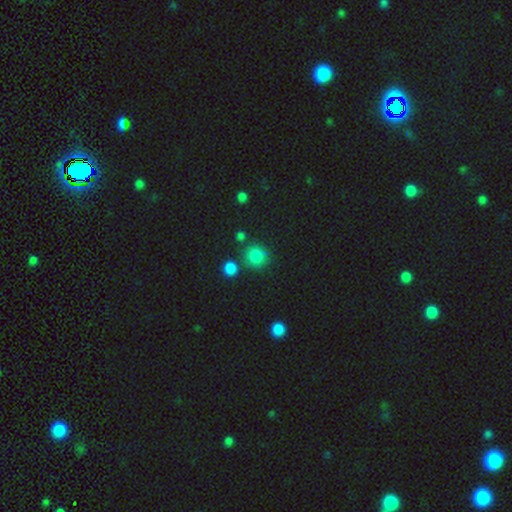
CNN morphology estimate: Smooth or featured? smooth (82%)
How rounded? round (88%)
Merging? none (76%)